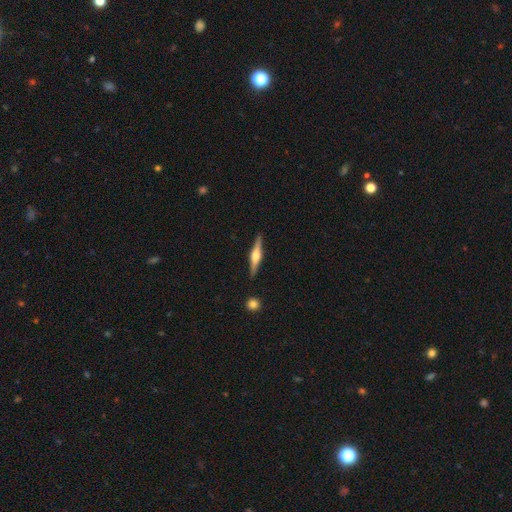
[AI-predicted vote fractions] smooth-or-featured: featured or disk: 74% | smooth: 21% | star or artifact: 5%
  disk-edge-on: yes: 98% | no: 2%
    edge-on-bulge: rounded: 91% | boxy: 6% | none: 2%
  merging: none: 90% | minor disturbance: 7% | merger: 2% | major disturbance: 1%